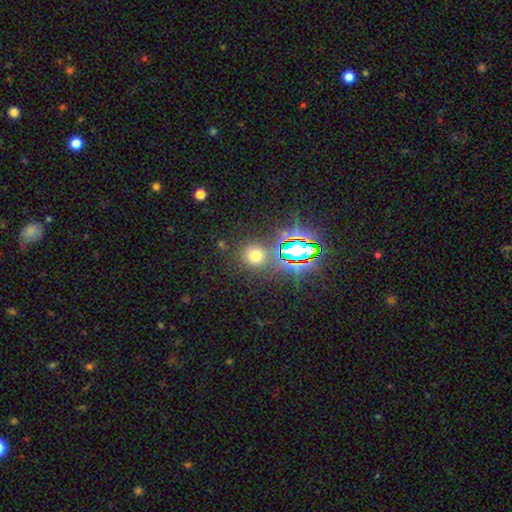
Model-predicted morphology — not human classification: The model was most divided on "smooth or featured": smooth: 58%, star or artifact: 34%, featured or disk: 8%. More confident: how rounded — round (86%); merging — none (79%).